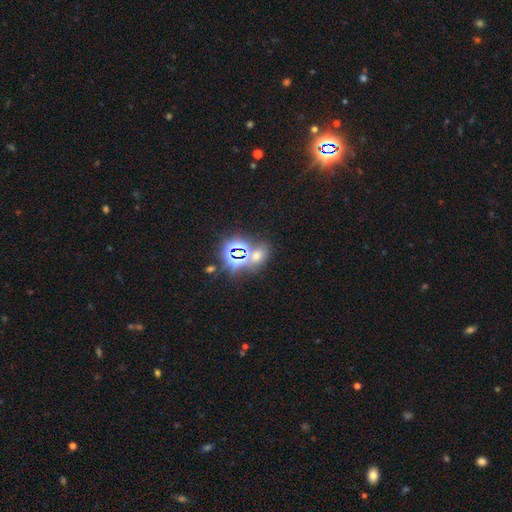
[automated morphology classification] smooth-or-featured: star or artifact: 58% | smooth: 32% | featured or disk: 10%